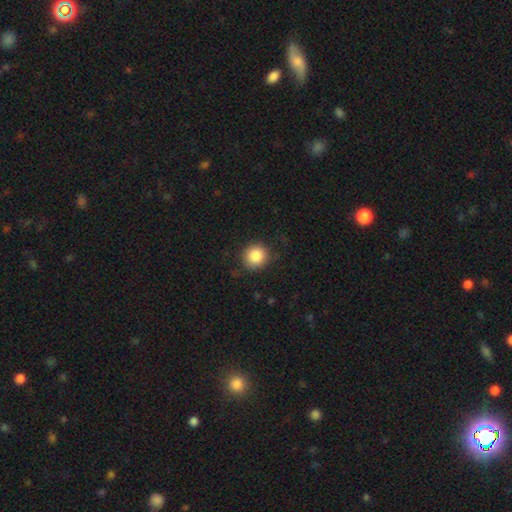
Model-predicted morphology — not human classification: type=smooth (86%); roundness=round (92%); merging=none (84%).